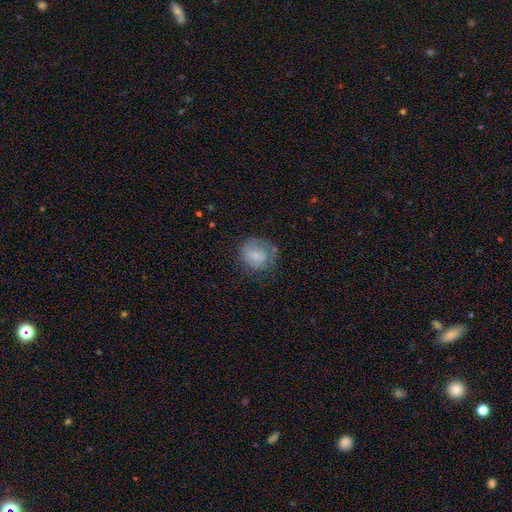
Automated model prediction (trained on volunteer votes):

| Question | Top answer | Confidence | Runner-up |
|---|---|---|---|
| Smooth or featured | smooth | 70% | featured or disk (21%) |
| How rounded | round | 79% | in between (20%) |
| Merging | none | 56% | minor disturbance (26%) |